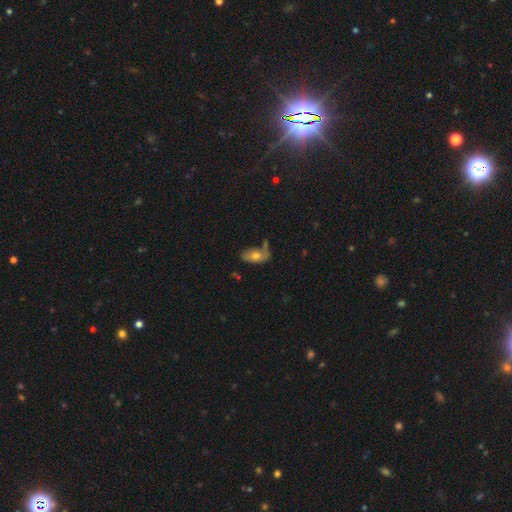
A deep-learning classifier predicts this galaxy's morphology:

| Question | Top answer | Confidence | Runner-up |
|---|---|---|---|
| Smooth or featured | smooth | 63% | featured or disk (29%) |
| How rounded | in between | 89% | round (6%) |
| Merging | none | 47% | minor disturbance (25%) |